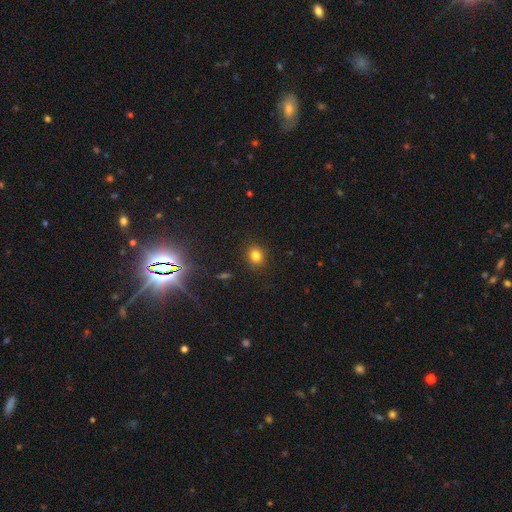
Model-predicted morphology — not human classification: Smooth or featured? Predicted: smooth (p=0.80). How rounded? Predicted: round (p=0.67). Merging? Predicted: none (p=0.88).